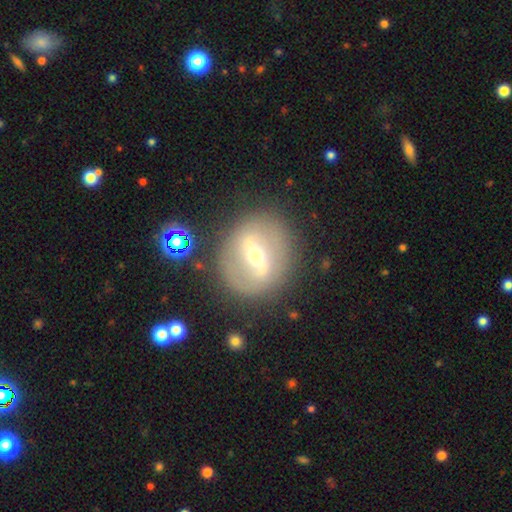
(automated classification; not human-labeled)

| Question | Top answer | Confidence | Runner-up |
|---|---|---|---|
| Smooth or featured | featured or disk | 71% | smooth (21%) |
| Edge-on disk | no | 91% | yes (9%) |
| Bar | strong | 58% | weak (31%) |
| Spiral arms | no | 51% | yes (49%) |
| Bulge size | moderate | 50% | small (45%) |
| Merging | none | 82% | minor disturbance (11%) |